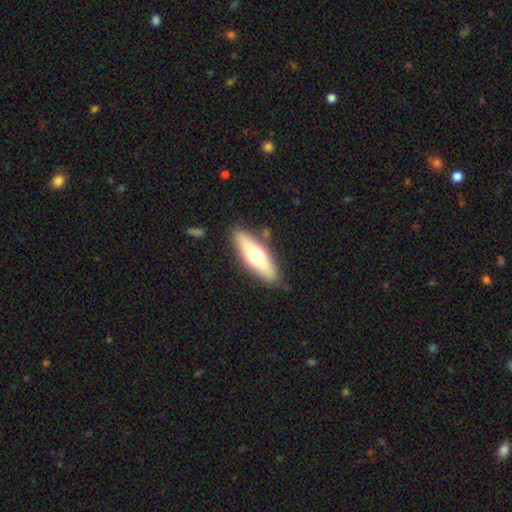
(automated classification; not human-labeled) The model was most divided on "how rounded": cigar-shaped: 52%, in between: 46%, round: 3%. More confident: merging — none (83%); smooth or featured — smooth (52%).